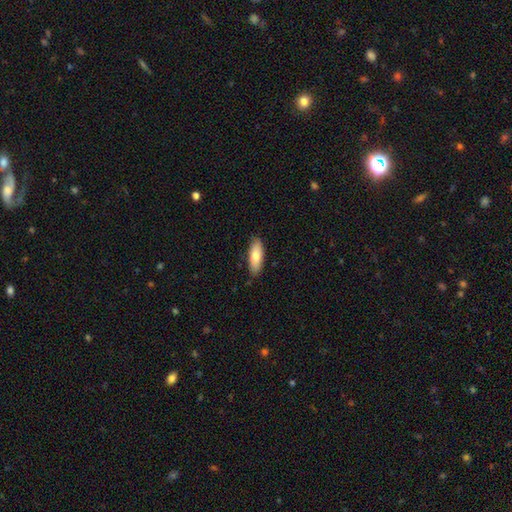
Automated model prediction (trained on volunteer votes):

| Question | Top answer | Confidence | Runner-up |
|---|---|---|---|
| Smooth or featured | smooth | 79% | featured or disk (16%) |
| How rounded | in between | 71% | cigar-shaped (28%) |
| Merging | none | 85% | minor disturbance (12%) |